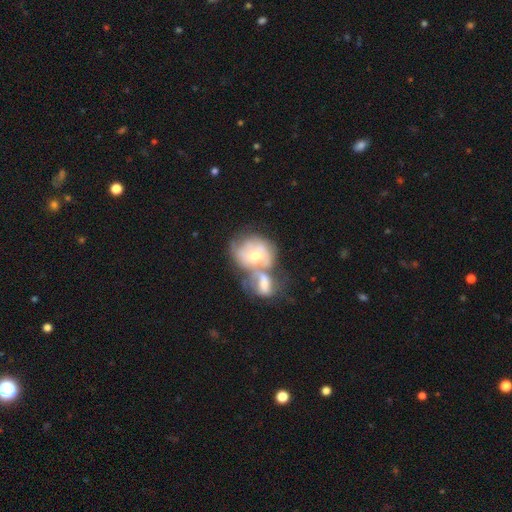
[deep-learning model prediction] smooth-or-featured: featured or disk: 58% | smooth: 35% | star or artifact: 7%
  disk-edge-on: no: 97% | yes: 3%
    bar: no: 74% | weak: 20% | strong: 6%
    has-spiral-arms: yes: 56% | no: 44%
    bulge-size: moderate: 60% | small: 31% | large: 5% | none: 2% | dominant: 1%
  merging: merger: 68% | none: 15% | major disturbance: 9% | minor disturbance: 8%